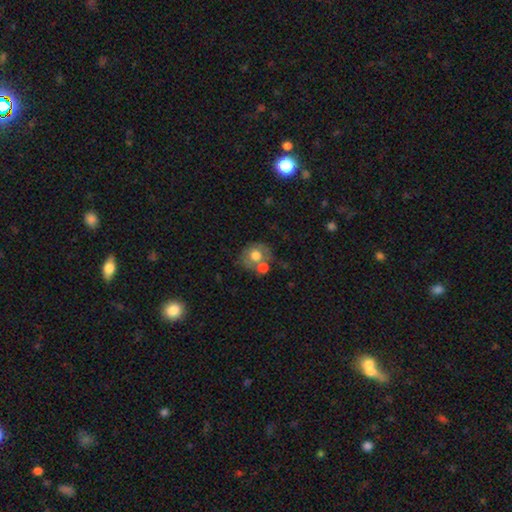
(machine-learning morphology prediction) Smooth or featured?
  - smooth: 63% *
  - featured or disk: 29%
  - star or artifact: 8%
How rounded?
  - round: 78% *
  - in between: 21%
  - cigar-shaped: 1%
Merging?
  - none: 42% *
  - merger: 36%
  - minor disturbance: 15%
  - major disturbance: 7%